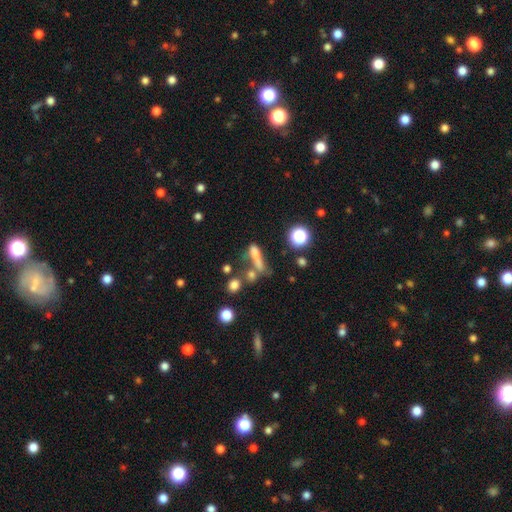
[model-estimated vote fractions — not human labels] Smooth or featured: smooth — 59% (featured or disk — 23%)
How rounded: cigar-shaped — 57% (in between — 29%)
Merging: merger — 35% (none — 31%)